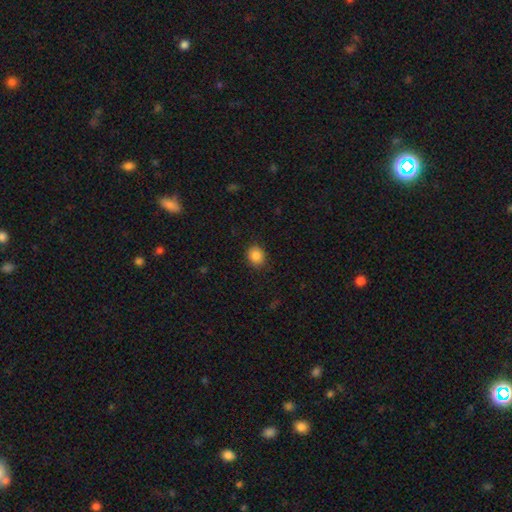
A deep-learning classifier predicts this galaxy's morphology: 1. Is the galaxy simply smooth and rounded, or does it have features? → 86% smooth, 10% star or artifact, 4% featured or disk.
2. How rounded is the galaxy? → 70% round, 29% in between, 1% cigar-shaped.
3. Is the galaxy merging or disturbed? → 88% none, 9% minor disturbance, 2% major disturbance, 1% merger.